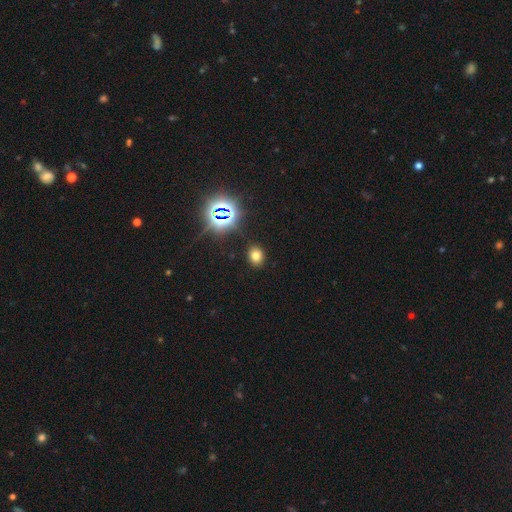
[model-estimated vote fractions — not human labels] This appears to be a smooth galaxy with no disk features (71%) that is round (53%). Merging: none (88%).